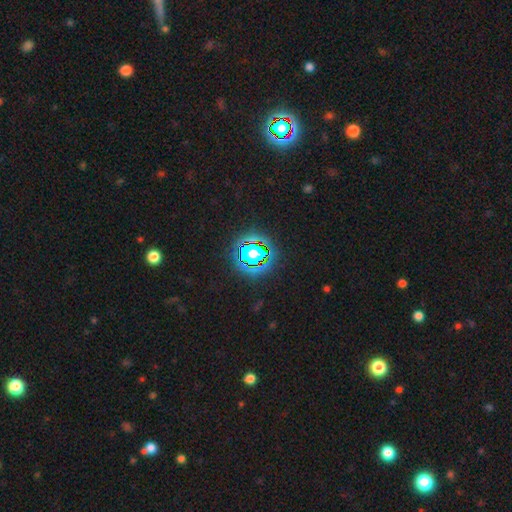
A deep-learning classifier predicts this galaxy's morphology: Smooth or featured? star or artifact (80%)